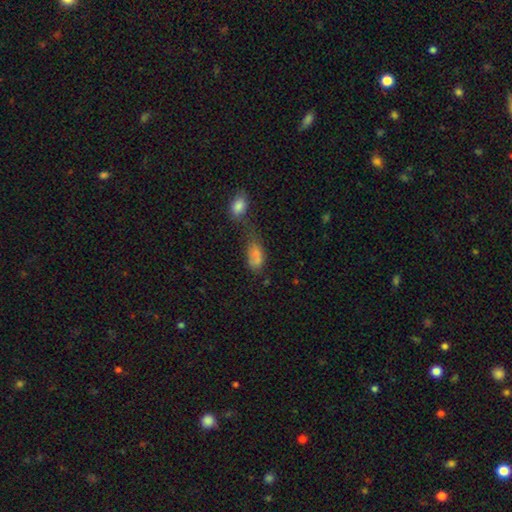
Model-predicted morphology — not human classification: Smooth or featured? smooth (74%)
How rounded? in between (86%)
Merging? merger (42%)